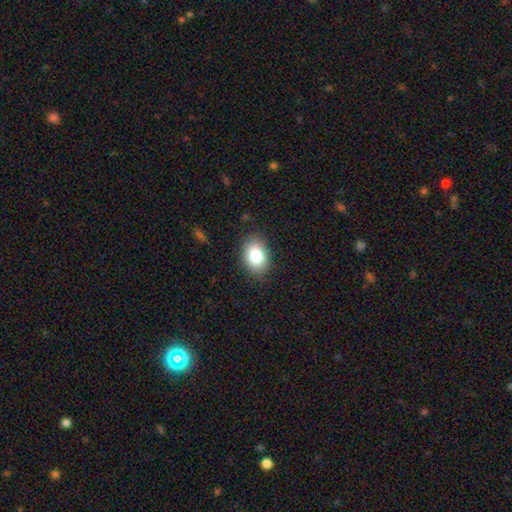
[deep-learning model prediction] A smooth galaxy with no disk features (83%) that is in between round and cigar-shaped (80%). Merging: none (85%).